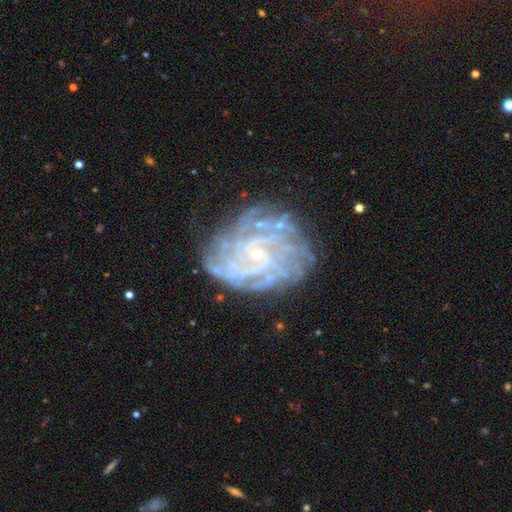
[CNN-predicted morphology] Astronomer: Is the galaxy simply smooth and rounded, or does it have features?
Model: featured or disk — 85%.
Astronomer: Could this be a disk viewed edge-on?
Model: no — 97%.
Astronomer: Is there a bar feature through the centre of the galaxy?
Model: no — 61%.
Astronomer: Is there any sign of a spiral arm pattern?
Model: yes — 95%.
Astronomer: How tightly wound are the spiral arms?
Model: tight — 71%.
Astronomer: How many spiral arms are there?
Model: can't tell — 30% (runner-up: more than 4, 26%).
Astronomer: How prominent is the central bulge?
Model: small — 84%.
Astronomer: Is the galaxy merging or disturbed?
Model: none — 71%.